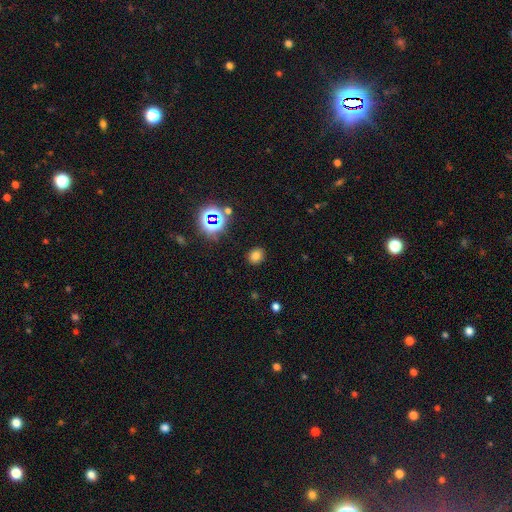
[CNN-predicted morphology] smooth 73%, star or artifact 21%, featured or disk 6%. Down the decision tree: how rounded — round (64%); merging — none (88%).